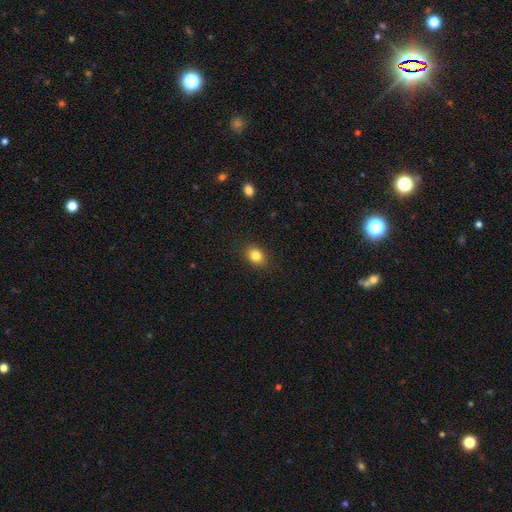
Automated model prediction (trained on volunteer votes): The model was most divided on "how rounded": in between: 63%, round: 36%, cigar-shaped: 1%. More confident: merging — none (89%); smooth or featured — smooth (84%).